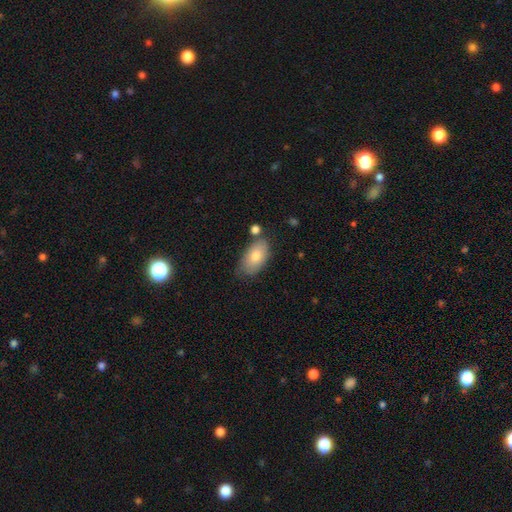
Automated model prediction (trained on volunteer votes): This is likely a smooth galaxy (77%). How rounded: clearly in between (93%). Merging: likely none (65%).